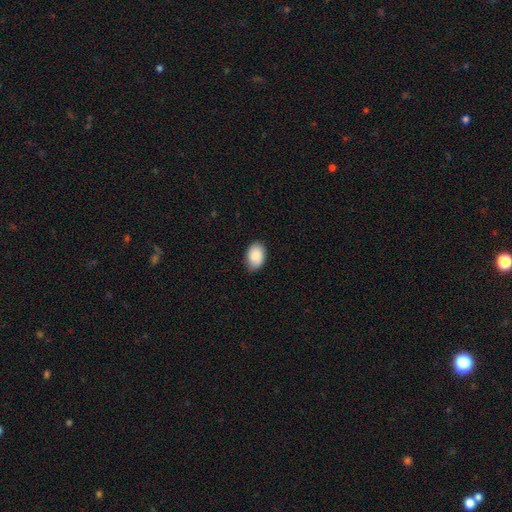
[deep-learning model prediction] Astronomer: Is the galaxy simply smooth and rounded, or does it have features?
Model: smooth — 89%.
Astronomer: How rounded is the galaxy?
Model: in between — 88%.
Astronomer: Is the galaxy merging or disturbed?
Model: none — 85%.